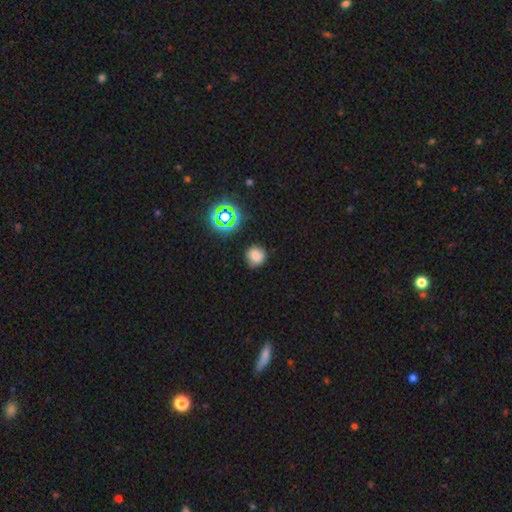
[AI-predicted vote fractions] Smooth or featured: smooth — 75% (star or artifact — 18%)
How rounded: round — 88% (in between — 11%)
Merging: none — 81% (minor disturbance — 13%)